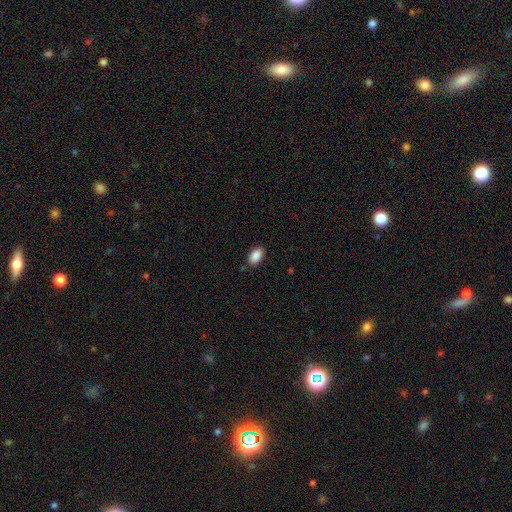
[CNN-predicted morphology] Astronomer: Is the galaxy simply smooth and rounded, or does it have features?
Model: smooth — 89%.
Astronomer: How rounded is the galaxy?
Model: in between — 93%.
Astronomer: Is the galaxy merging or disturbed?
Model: none — 86%.